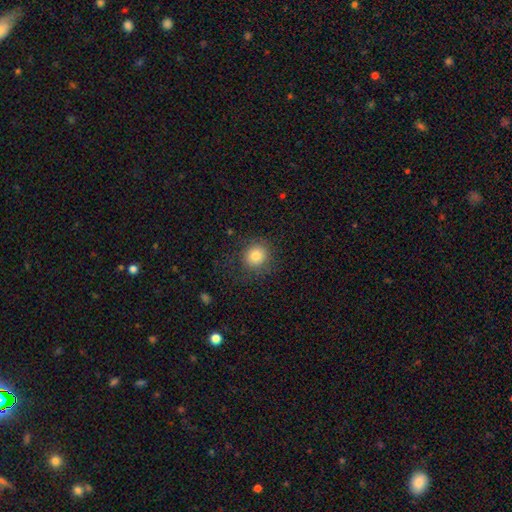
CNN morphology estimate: This appears to be a smooth galaxy with no disk features (81%) that is round (88%). Merging: none (82%).